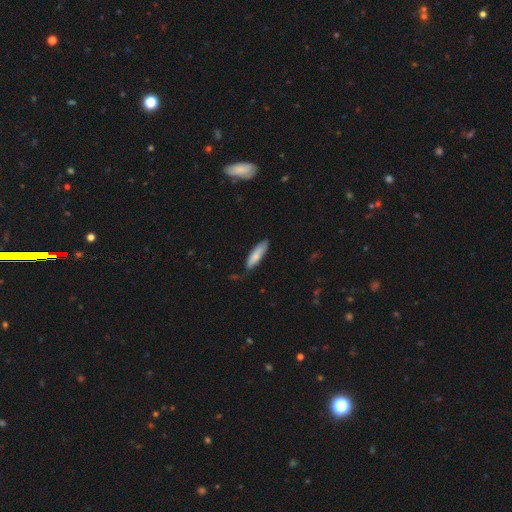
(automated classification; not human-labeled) smooth_or_featured: smooth (p=0.78) [alt: featured or disk p=0.16]
how_rounded: cigar-shaped (p=0.59) [alt: in between p=0.40]
merging: none (p=0.64) [alt: minor disturbance p=0.29]